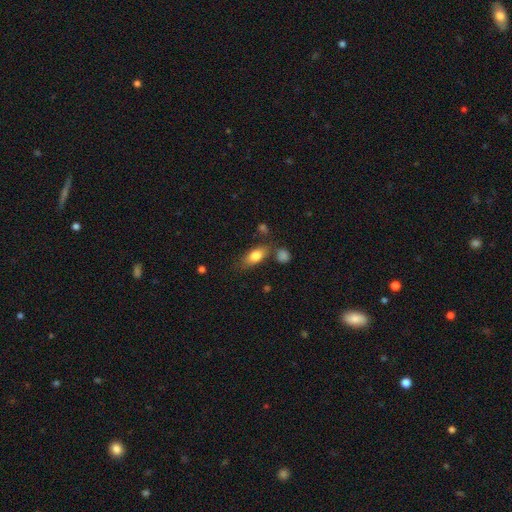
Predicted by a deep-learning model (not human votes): smooth-or-featured: smooth: 78% | featured or disk: 14% | star or artifact: 7%
  how-rounded: in between: 81% | cigar-shaped: 13% | round: 5%
  merging: none: 68% | minor disturbance: 18% | merger: 8% | major disturbance: 6%